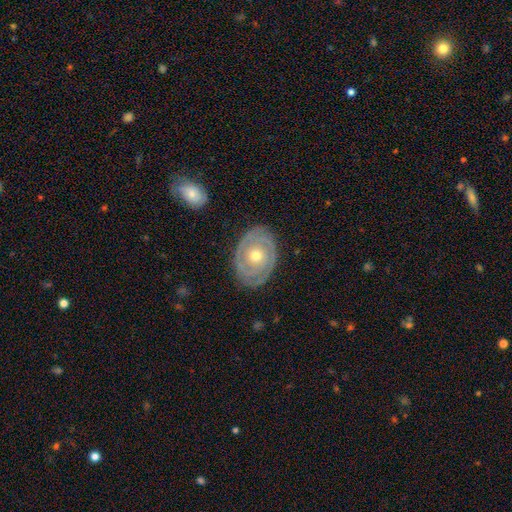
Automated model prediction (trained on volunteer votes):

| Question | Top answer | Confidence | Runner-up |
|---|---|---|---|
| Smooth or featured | featured or disk | 80% | smooth (14%) |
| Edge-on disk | no | 96% | yes (4%) |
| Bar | no | 85% | weak (11%) |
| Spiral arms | yes | 79% | no (21%) |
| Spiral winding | tight | 81% | medium (15%) |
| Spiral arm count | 2 | 55% | can't tell (26%) |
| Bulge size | moderate | 66% | small (30%) |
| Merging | none | 84% | minor disturbance (11%) |